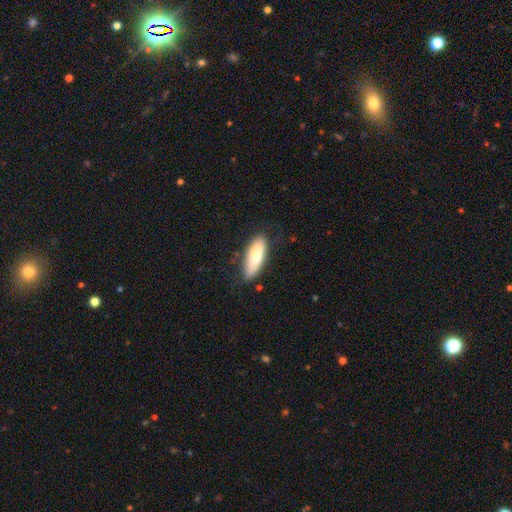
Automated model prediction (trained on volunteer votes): A smooth galaxy with no disk features (79%) that is in between round and cigar-shaped (68%).

Vote fractions:
- Smooth or featured? smooth: 79% / featured or disk: 15% / star or artifact: 6%
- How rounded? in between: 68% / cigar-shaped: 30% / round: 2%
- Merging? none: 75% / minor disturbance: 20% / major disturbance: 4% / merger: 2%